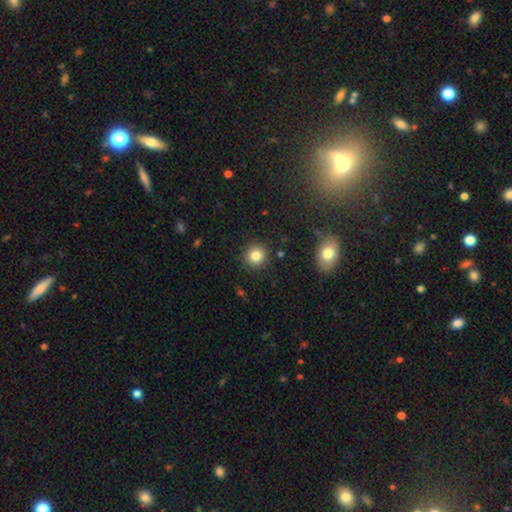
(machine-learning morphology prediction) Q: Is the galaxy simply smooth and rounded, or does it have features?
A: smooth — 83%.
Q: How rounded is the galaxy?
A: round — 90%.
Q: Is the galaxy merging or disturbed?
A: none — 90%.